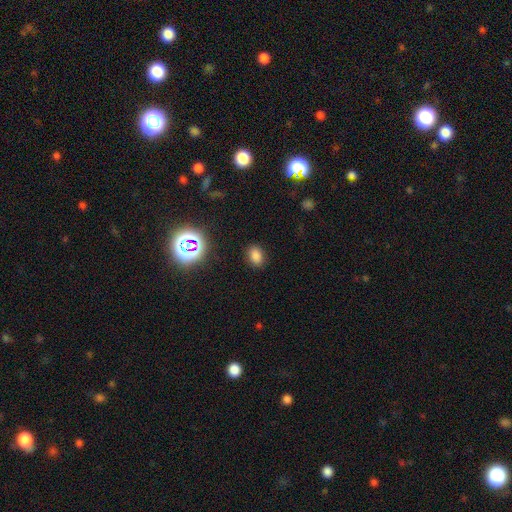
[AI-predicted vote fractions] This is likely a smooth galaxy (77%). How rounded: likely in between (76%). Merging: clearly none (86%).